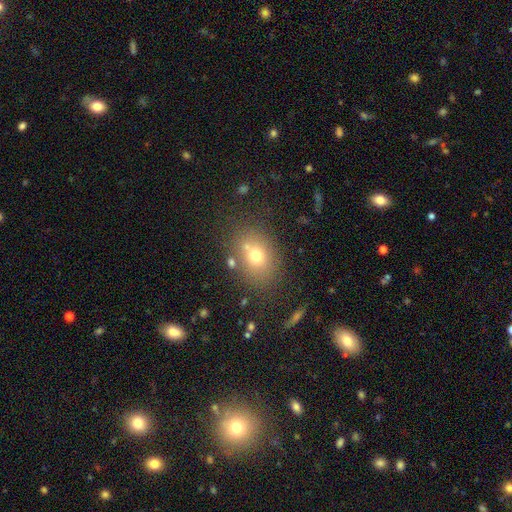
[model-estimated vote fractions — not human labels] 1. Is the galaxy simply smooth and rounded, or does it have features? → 69% smooth, 16% featured or disk, 14% star or artifact.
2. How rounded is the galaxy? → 59% in between, 39% round, 1% cigar-shaped.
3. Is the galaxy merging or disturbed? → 72% none, 13% minor disturbance, 9% merger, 5% major disturbance.